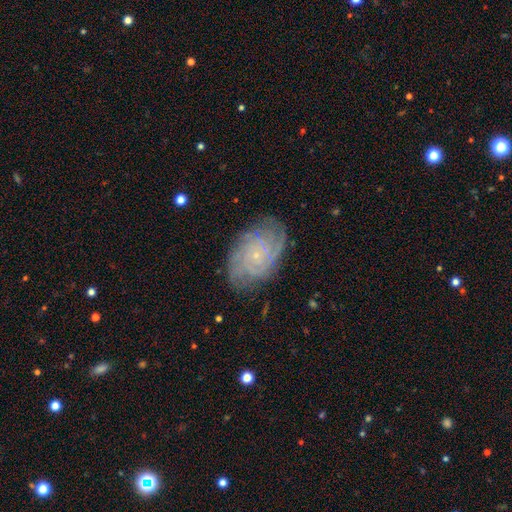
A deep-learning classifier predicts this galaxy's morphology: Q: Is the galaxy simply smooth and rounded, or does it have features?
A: featured or disk — 77%.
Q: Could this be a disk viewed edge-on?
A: no — 97%.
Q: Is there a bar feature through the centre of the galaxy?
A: no — 80%.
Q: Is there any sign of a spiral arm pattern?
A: yes — 96%.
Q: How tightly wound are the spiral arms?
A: tight — 73%.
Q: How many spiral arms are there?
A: can't tell — 35%.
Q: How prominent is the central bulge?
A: small — 86%.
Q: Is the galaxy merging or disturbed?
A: none — 80%.